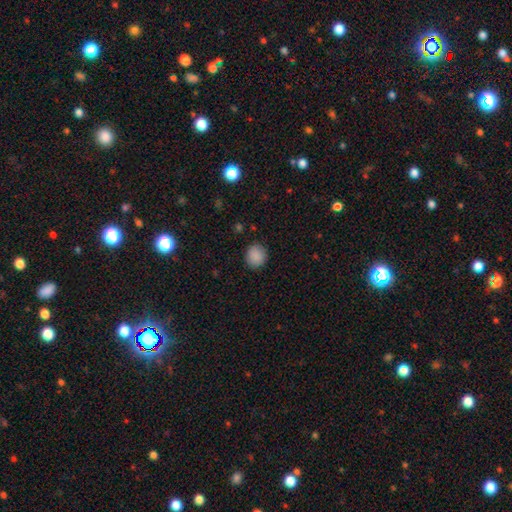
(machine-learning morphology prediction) This is clearly a smooth galaxy (89%). How rounded: clearly round (83%). Merging: clearly none (88%).